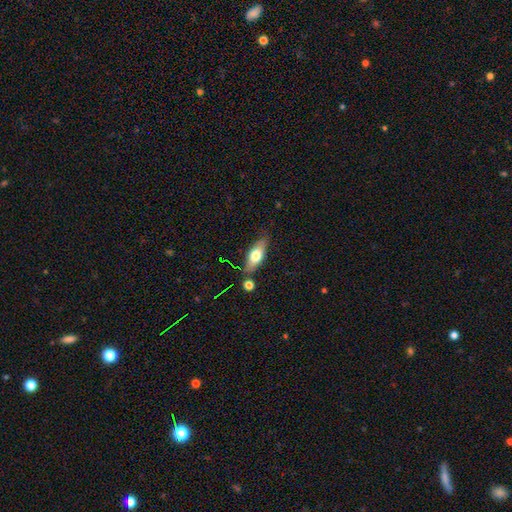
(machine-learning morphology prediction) Q: Smooth or featured?
A: smooth (63%); runner-up: featured or disk (30%)
Q: How rounded?
A: in between (69%); runner-up: cigar-shaped (27%)
Q: Merging?
A: none (75%); runner-up: minor disturbance (14%)